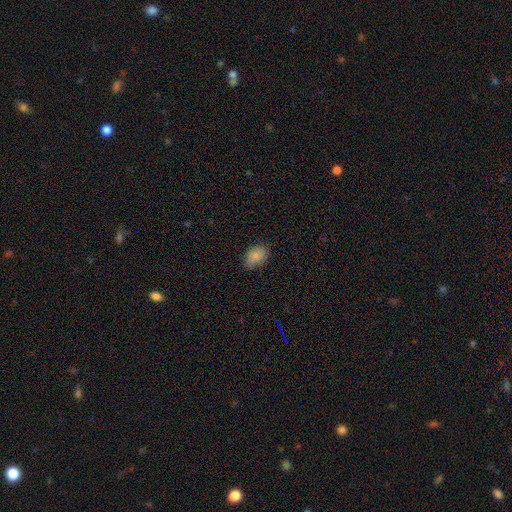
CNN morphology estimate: Smooth or featured: smooth — 85% (star or artifact — 8%)
How rounded: in between — 78% (round — 21%)
Merging: none — 73% (minor disturbance — 22%)